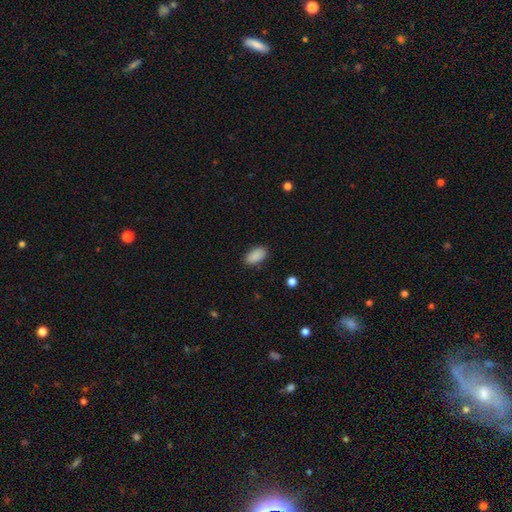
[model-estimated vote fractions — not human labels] A smooth galaxy with no disk features (89%) that is in between round and cigar-shaped (94%).

Vote fractions:
- Smooth or featured? smooth: 89% / star or artifact: 7% / featured or disk: 4%
- How rounded? in between: 94% / round: 4% / cigar-shaped: 2%
- Merging? none: 87% / minor disturbance: 10% / major disturbance: 2% / merger: 1%